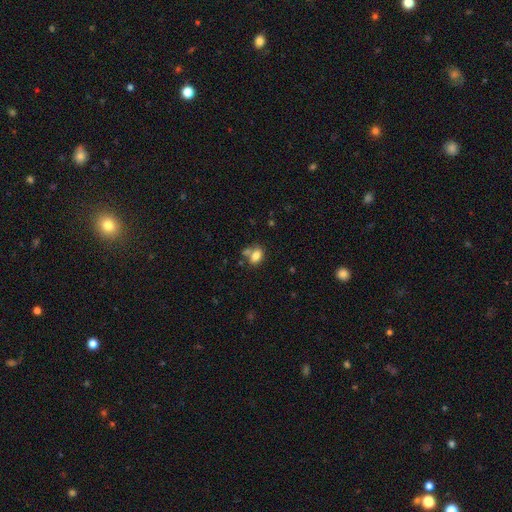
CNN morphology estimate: type=smooth (80%); roundness=in between (79%); merging=none (48%).